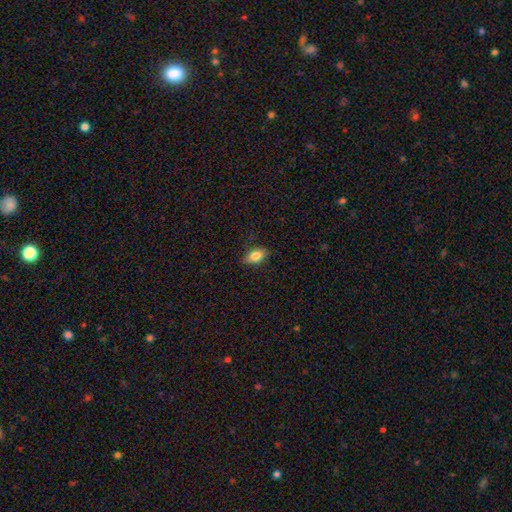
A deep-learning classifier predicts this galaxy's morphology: Smooth or featured: smooth — 83% (featured or disk — 9%)
How rounded: in between — 89% (round — 7%)
Merging: none — 84% (minor disturbance — 12%)